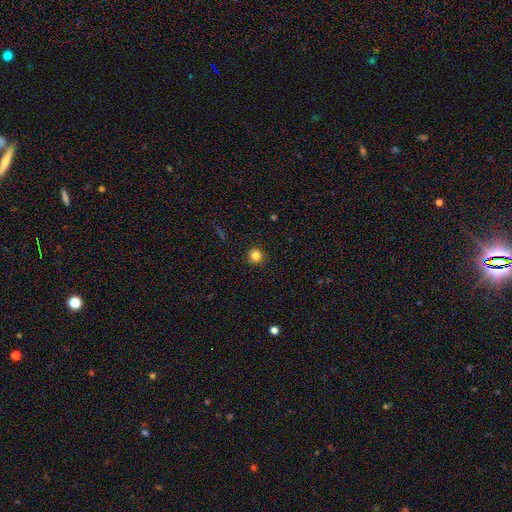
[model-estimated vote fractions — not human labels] smooth_or_featured: smooth (p=0.83) [alt: star or artifact p=0.12]
how_rounded: round (p=0.93) [alt: in between p=0.06]
merging: none (p=0.92) [alt: minor disturbance p=0.05]